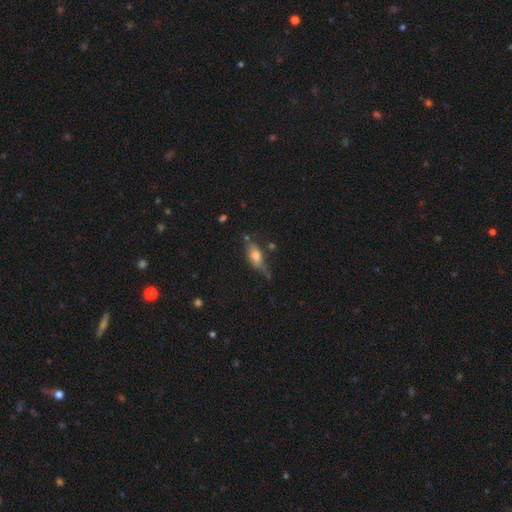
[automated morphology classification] Smooth or featured?
  - smooth: 60% *
  - featured or disk: 32%
  - star or artifact: 8%
How rounded?
  - in between: 76% *
  - cigar-shaped: 19%
  - round: 5%
Merging?
  - none: 51% *
  - minor disturbance: 30%
  - major disturbance: 12%
  - merger: 7%